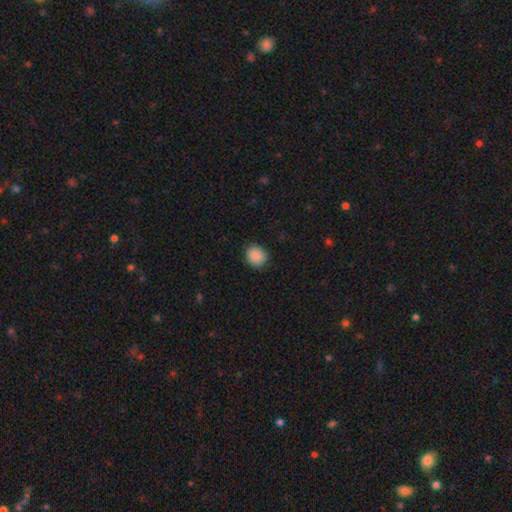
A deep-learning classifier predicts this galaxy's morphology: smooth 88%, star or artifact 8%, featured or disk 4%. Down the decision tree: how rounded — round (77%); merging — none (86%).